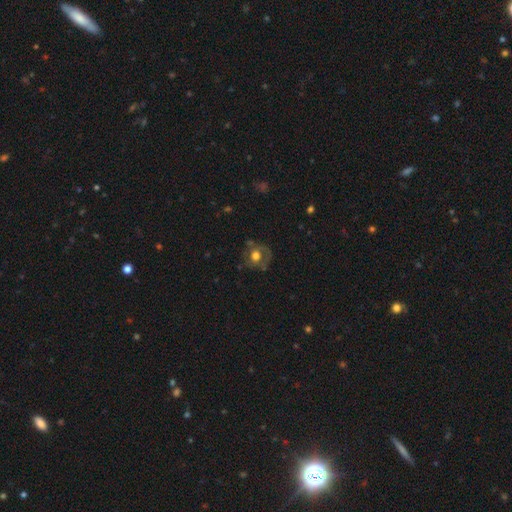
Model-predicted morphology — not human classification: Smooth or featured? smooth (46%)
Merging? none (62%)